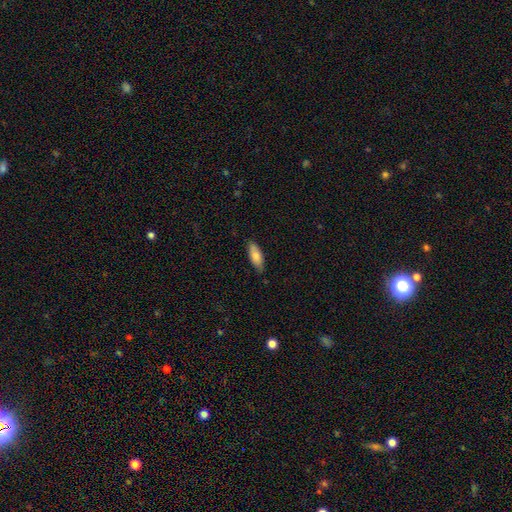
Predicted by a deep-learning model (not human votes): smooth-or-featured: smooth: 76% | featured or disk: 18% | star or artifact: 6%
  how-rounded: in between: 73% | cigar-shaped: 25% | round: 2%
  merging: none: 81% | minor disturbance: 16% | major disturbance: 2% | merger: 1%